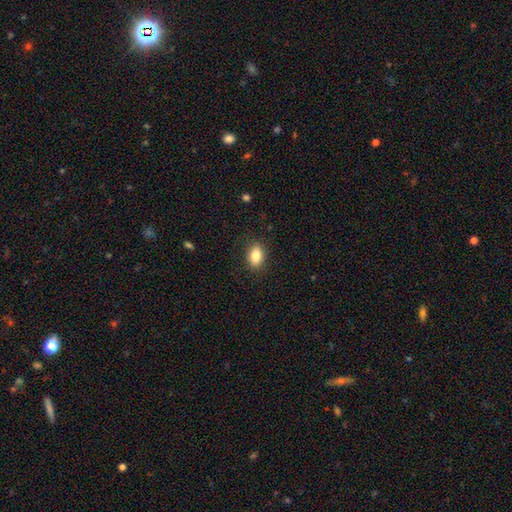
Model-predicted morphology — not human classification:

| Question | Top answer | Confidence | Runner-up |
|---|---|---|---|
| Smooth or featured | smooth | 85% | star or artifact (8%) |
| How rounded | in between | 84% | round (14%) |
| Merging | none | 86% | minor disturbance (10%) |